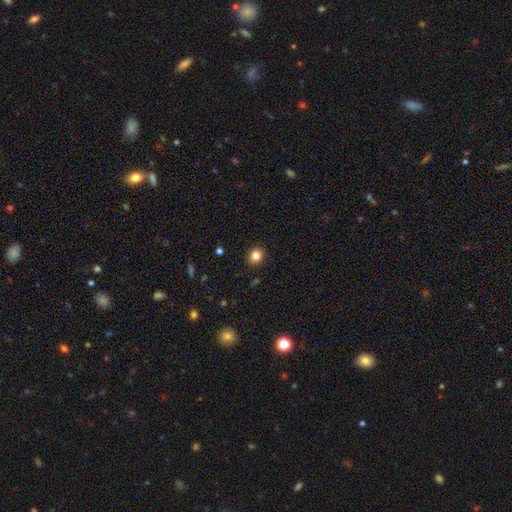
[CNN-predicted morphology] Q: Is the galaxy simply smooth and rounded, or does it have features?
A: smooth — 84%.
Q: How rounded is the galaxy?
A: round — 80%.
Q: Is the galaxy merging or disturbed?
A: none — 91%.